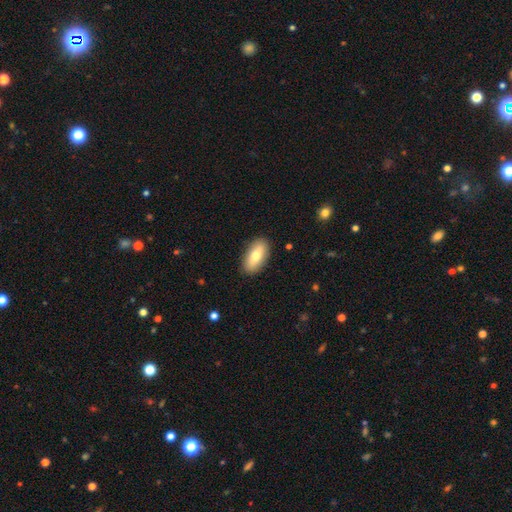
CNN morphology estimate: Q: Smooth or featured?
A: smooth (75%); runner-up: featured or disk (19%)
Q: How rounded?
A: in between (89%); runner-up: cigar-shaped (8%)
Q: Merging?
A: none (89%); runner-up: minor disturbance (8%)